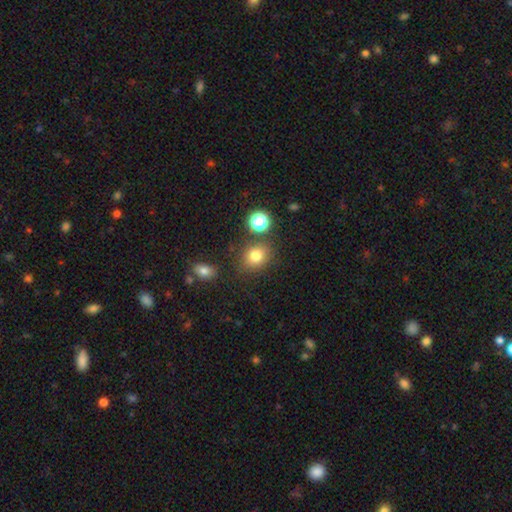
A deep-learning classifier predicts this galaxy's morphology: Smooth or featured? Predicted: smooth (p=0.78). How rounded? Predicted: round (p=0.65). Merging? Predicted: none (p=0.77).